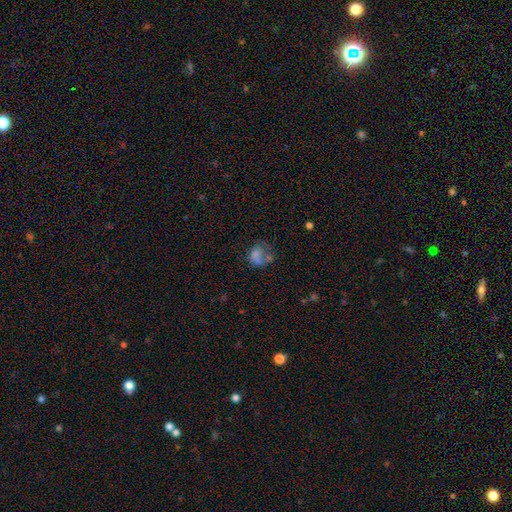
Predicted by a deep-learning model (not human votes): Smooth or featured? Predicted: smooth (p=0.51). How rounded? Predicted: in between (p=0.51). Merging? Predicted: none (p=0.32).